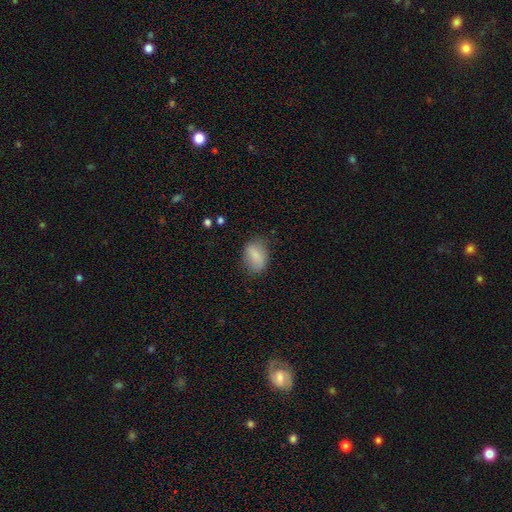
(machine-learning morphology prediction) smooth-or-featured: smooth: 80% | featured or disk: 12% | star or artifact: 8%
  how-rounded: in between: 77% | round: 21% | cigar-shaped: 2%
  merging: none: 71% | minor disturbance: 21% | major disturbance: 7% | merger: 1%